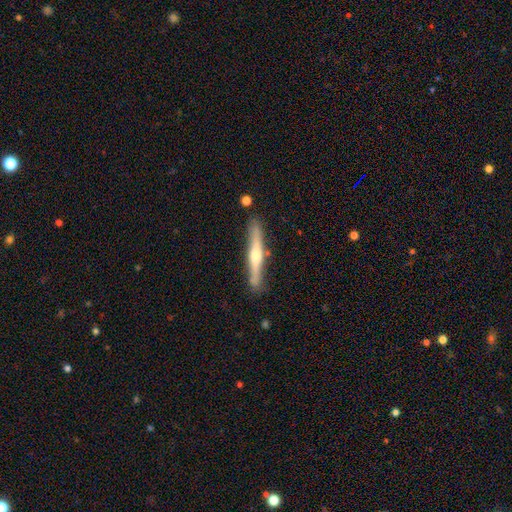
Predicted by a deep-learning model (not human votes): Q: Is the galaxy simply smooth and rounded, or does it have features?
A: featured or disk — 70%.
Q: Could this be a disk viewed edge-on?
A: yes — 97%.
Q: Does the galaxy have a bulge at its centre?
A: rounded — 85%.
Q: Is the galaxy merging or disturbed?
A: none — 86%.